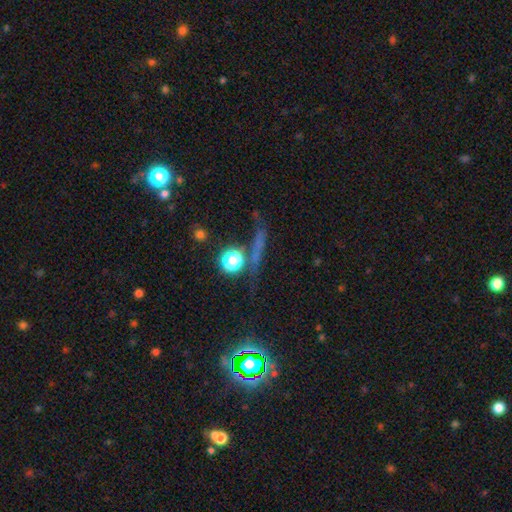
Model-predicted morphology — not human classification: smooth-or-featured: star or artifact: 45% | smooth: 35% | featured or disk: 20%